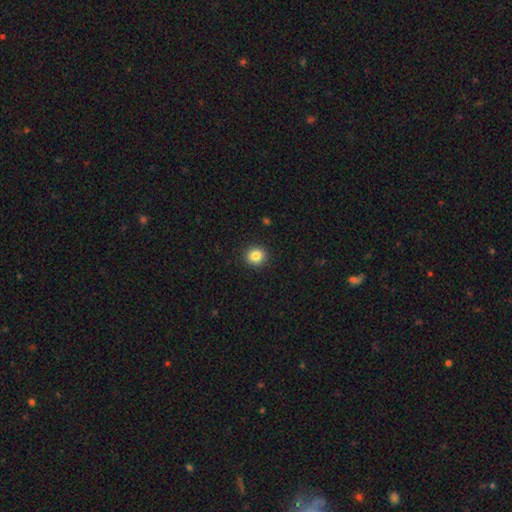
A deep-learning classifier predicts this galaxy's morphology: Q: Smooth or featured?
A: smooth (85%); runner-up: star or artifact (10%)
Q: How rounded?
A: round (87%); runner-up: in between (12%)
Q: Merging?
A: none (92%); runner-up: minor disturbance (5%)